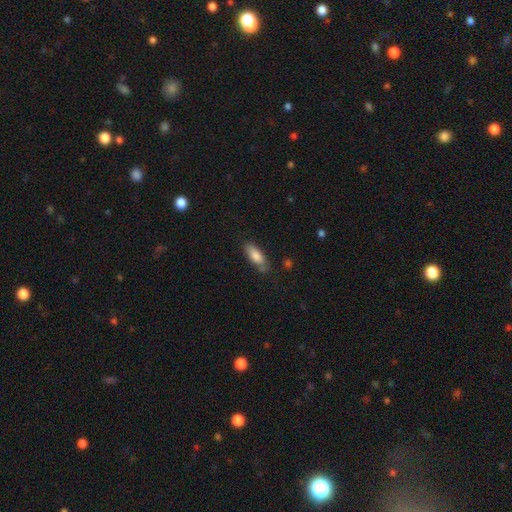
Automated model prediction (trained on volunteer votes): Smooth or featured? Predicted: smooth (p=0.81). How rounded? Predicted: in between (p=0.71). Merging? Predicted: none (p=0.72).